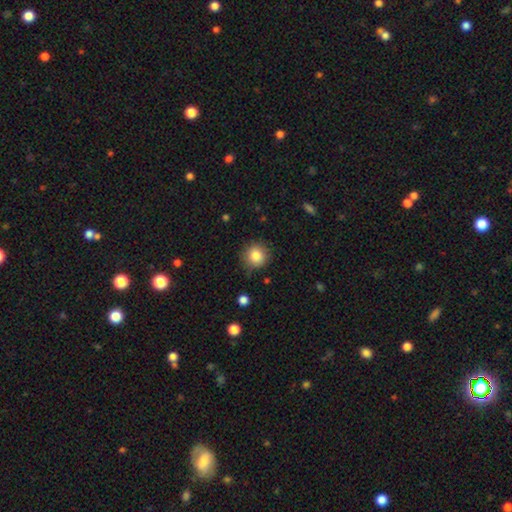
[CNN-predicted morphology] smooth_or_featured: smooth (p=0.83) [alt: star or artifact p=0.10]
how_rounded: round (p=0.92) [alt: in between p=0.07]
merging: none (p=0.87) [alt: minor disturbance p=0.09]